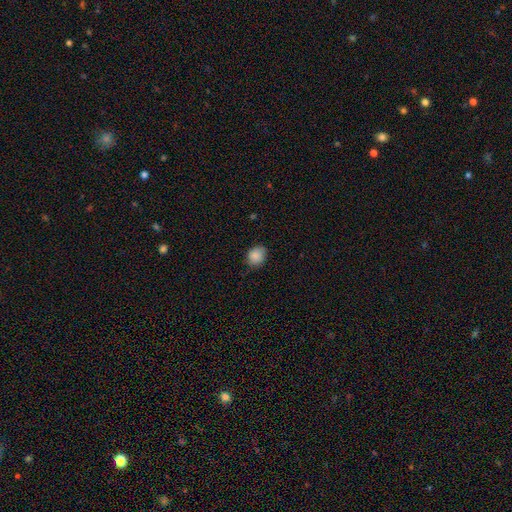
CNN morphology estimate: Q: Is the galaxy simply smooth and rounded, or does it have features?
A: smooth — 86%.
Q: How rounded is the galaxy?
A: round — 67%.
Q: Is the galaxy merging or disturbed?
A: none — 75%.